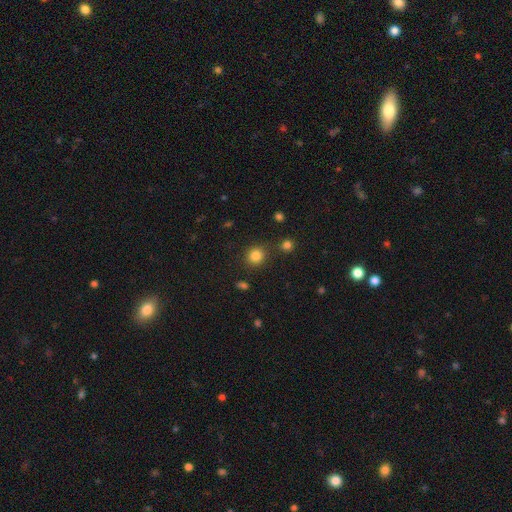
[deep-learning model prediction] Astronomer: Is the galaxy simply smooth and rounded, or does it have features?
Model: smooth — 83%.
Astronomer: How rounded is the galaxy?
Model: round — 88%.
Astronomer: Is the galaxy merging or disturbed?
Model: none — 82%.